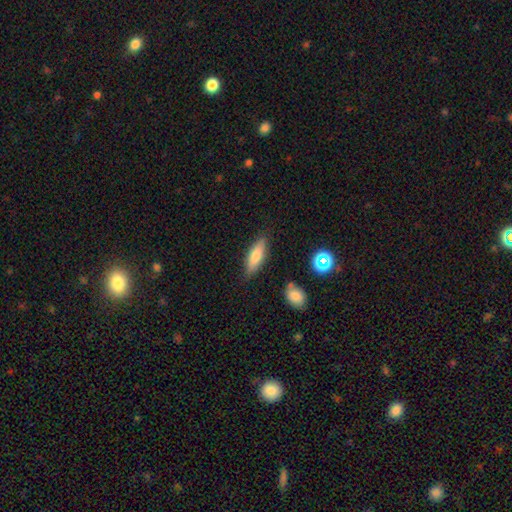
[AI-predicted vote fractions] This is likely a smooth galaxy (70%). How rounded: possibly cigar-shaped (50%). Merging: clearly none (83%).